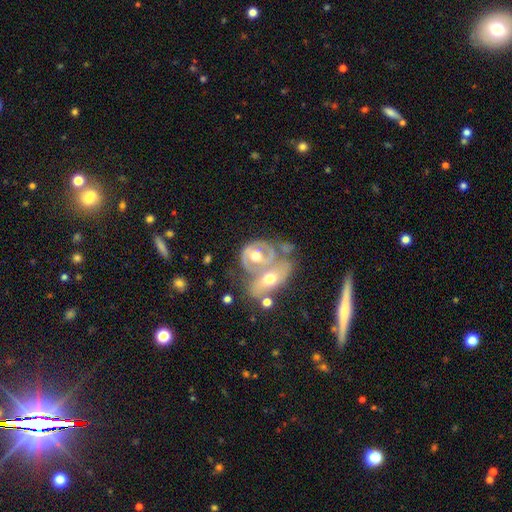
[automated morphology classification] Smooth or featured: featured or disk — 71% (smooth — 23%)
Edge-on disk: no — 95% (yes — 5%)
Bar: no — 66% (weak — 25%)
Spiral arms: yes — 65% (no — 35%)
Bulge size: moderate — 73% (large — 14%)
Merging: merger — 65% (none — 16%)